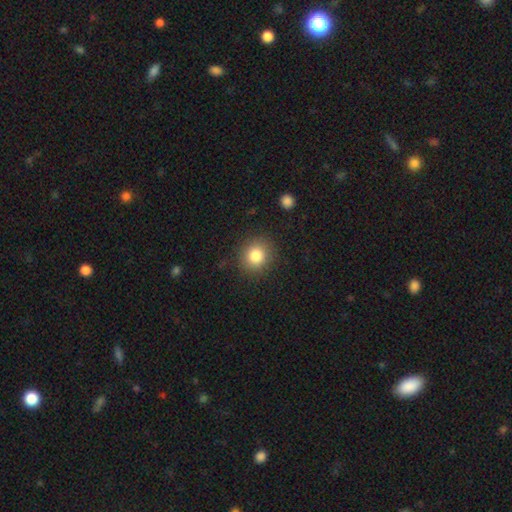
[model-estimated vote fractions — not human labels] The model was most divided on "how rounded": round: 82%, in between: 17%, cigar-shaped: 1%. More confident: merging — none (88%); smooth or featured — smooth (83%).